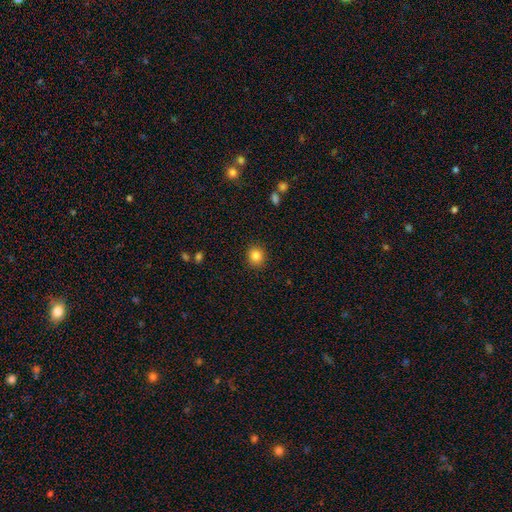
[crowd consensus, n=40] A smooth galaxy with no disk features (92%) that is round (78%).

Vote fractions:
- Smooth or featured? smooth: 92% / featured or disk: 5% / star or artifact: 2%
- How rounded? round: 78% / in between: 22% / cigar-shaped: 0%
- Merging? none: 87% / minor disturbance: 10% / merger: 3% / major disturbance: 0%